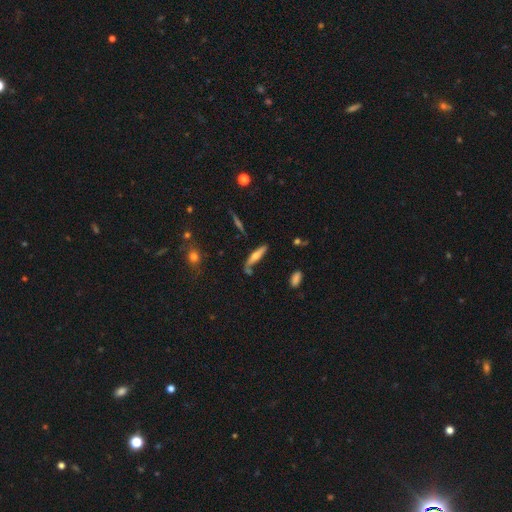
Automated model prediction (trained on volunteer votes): smooth_or_featured: featured or disk (p=0.53) [alt: smooth p=0.39]
disk_edge_on: yes (p=0.88) [alt: no p=0.12]
merging: none (p=0.60) [alt: minor disturbance p=0.22]